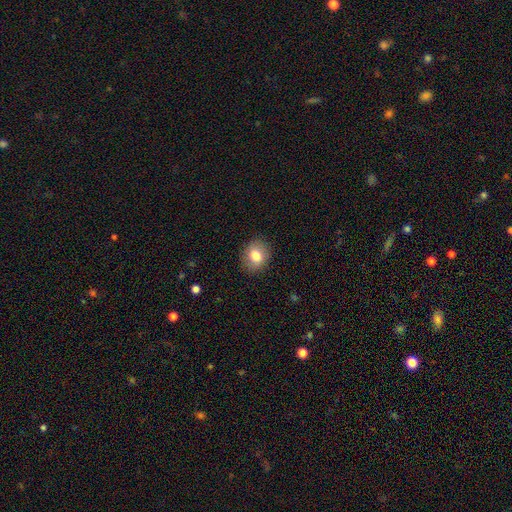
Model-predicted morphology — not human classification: A smooth galaxy with no disk features (79%) that is round (55%). Merging: none (87%).